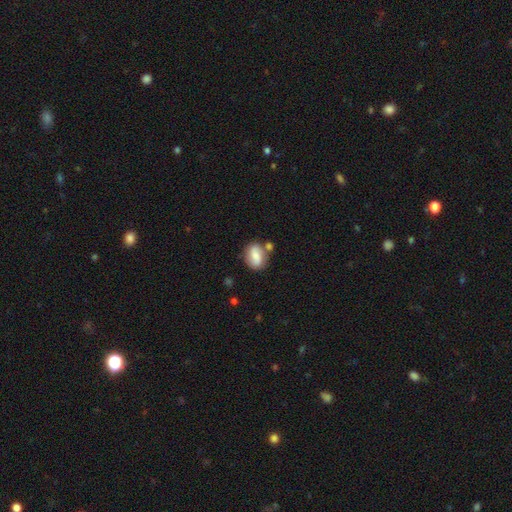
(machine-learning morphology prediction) Smooth or featured?
  - smooth: 65% *
  - featured or disk: 26%
  - star or artifact: 8%
How rounded?
  - in between: 71% *
  - round: 27%
  - cigar-shaped: 2%
Merging?
  - none: 59% *
  - minor disturbance: 18%
  - merger: 17%
  - major disturbance: 5%